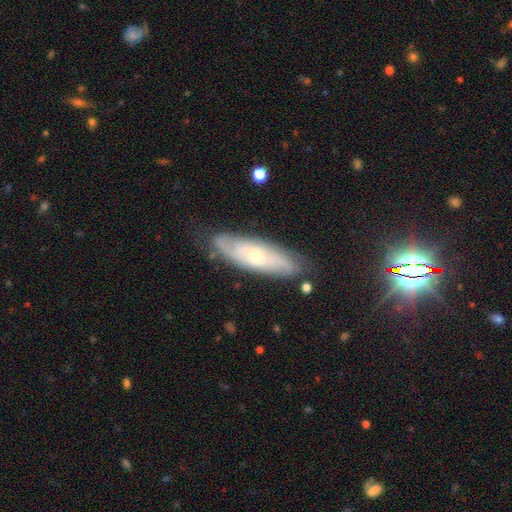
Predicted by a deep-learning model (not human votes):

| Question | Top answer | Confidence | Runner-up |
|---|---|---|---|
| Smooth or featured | featured or disk | 70% | smooth (24%) |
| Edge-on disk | no | 77% | yes (23%) |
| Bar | no | 75% | weak (21%) |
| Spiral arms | yes | 84% | no (16%) |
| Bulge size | small | 62% | moderate (34%) |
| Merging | none | 76% | minor disturbance (18%) |